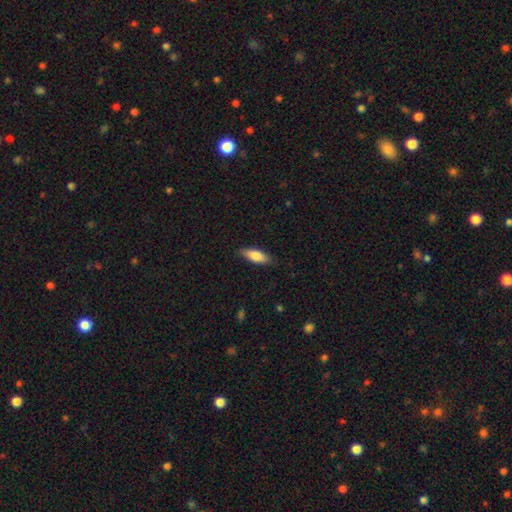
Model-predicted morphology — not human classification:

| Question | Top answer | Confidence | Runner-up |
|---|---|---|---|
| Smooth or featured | smooth | 80% | featured or disk (14%) |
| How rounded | in between | 65% | cigar-shaped (33%) |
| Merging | none | 84% | minor disturbance (13%) |